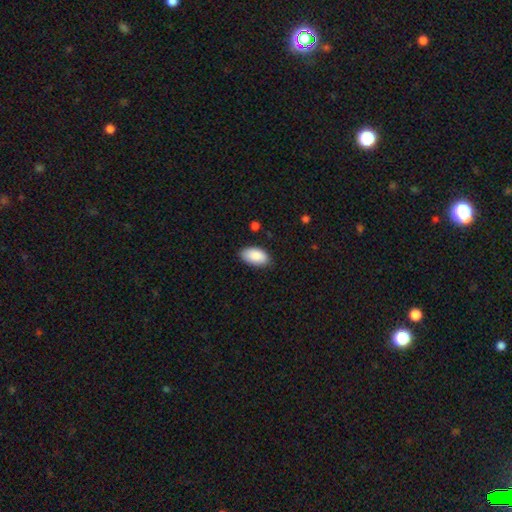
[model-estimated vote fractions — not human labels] A smooth galaxy with no disk features (89%) that is in between round and cigar-shaped (96%).

Vote fractions:
- Smooth or featured? smooth: 89% / star or artifact: 6% / featured or disk: 4%
- How rounded? in between: 96% / round: 3% / cigar-shaped: 2%
- Merging? none: 83% / minor disturbance: 14% / major disturbance: 2% / merger: 1%